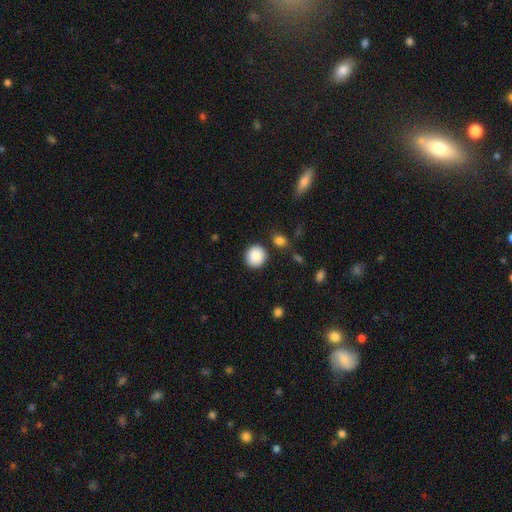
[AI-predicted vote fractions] This appears to be a smooth galaxy with no disk features (88%) that is round (90%). Merging: none (87%).